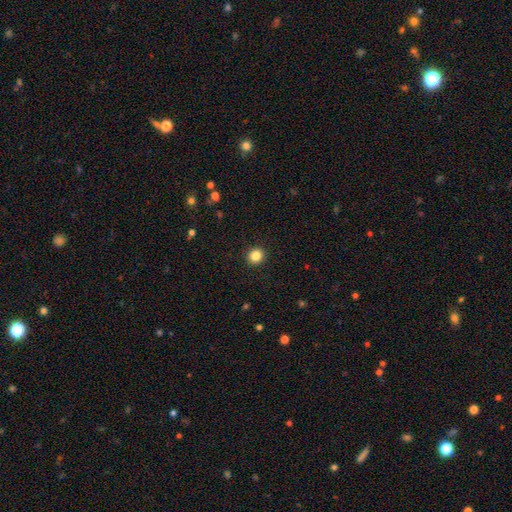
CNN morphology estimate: Smooth or featured: smooth — 85% (star or artifact — 11%)
How rounded: round — 87% (in between — 12%)
Merging: none — 93% (minor disturbance — 5%)